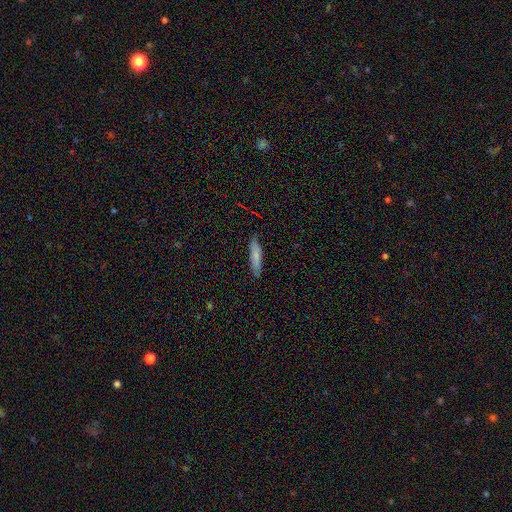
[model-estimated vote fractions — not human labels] Smooth or featured?
  - smooth: 77% *
  - featured or disk: 17%
  - star or artifact: 6%
How rounded?
  - cigar-shaped: 82% *
  - in between: 17%
  - round: 1%
Merging?
  - none: 84% *
  - minor disturbance: 13%
  - major disturbance: 2%
  - merger: 1%